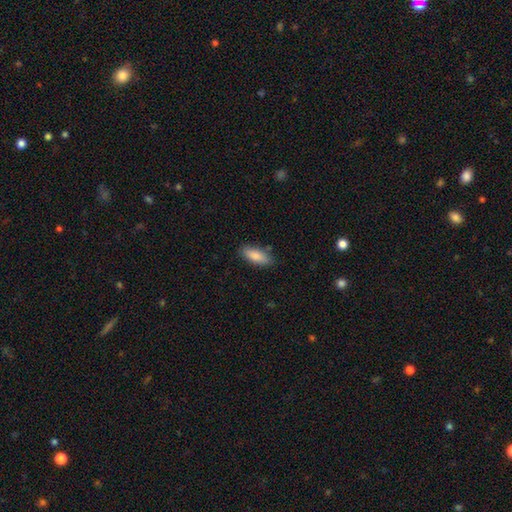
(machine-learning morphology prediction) smooth 84%, featured or disk 9%, star or artifact 6%. Down the decision tree: how rounded — in between (75%); merging — none (81%).